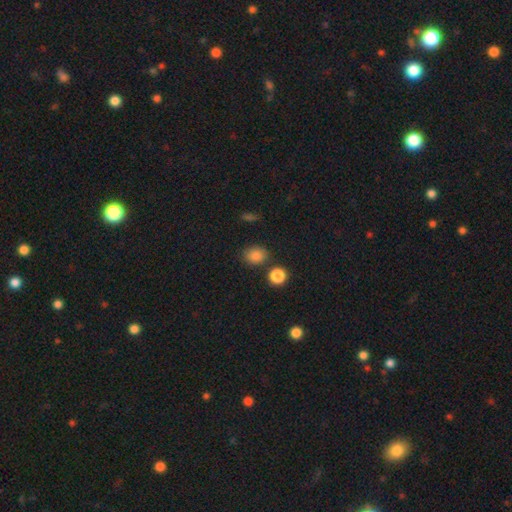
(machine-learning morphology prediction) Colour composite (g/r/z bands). It shows a smooth galaxy with no disk features (83%) that is round (61%). Merging: none (79%).